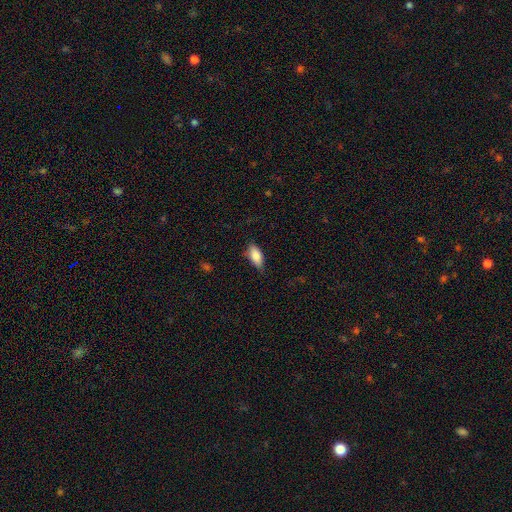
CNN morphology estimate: A smooth galaxy with no disk features (84%) that is in between round and cigar-shaped (86%).

Vote fractions:
- Smooth or featured? smooth: 84% / featured or disk: 10% / star or artifact: 7%
- How rounded? in between: 86% / cigar-shaped: 11% / round: 3%
- Merging? none: 75% / minor disturbance: 20% / major disturbance: 4% / merger: 1%